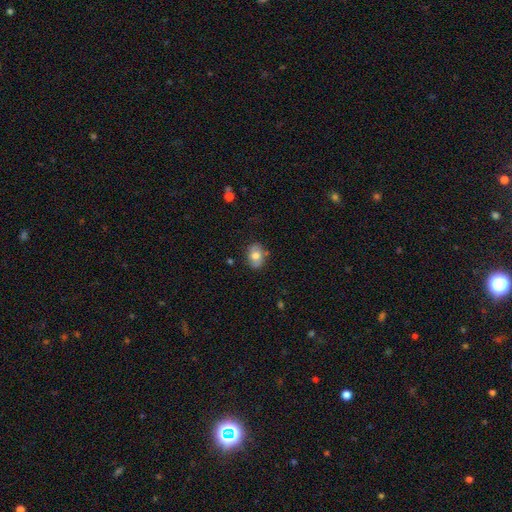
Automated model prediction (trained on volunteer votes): smooth-or-featured: smooth: 73% | featured or disk: 19% | star or artifact: 8%
  how-rounded: in between: 67% | round: 32% | cigar-shaped: 1%
  merging: none: 80% | minor disturbance: 15% | major disturbance: 3% | merger: 2%